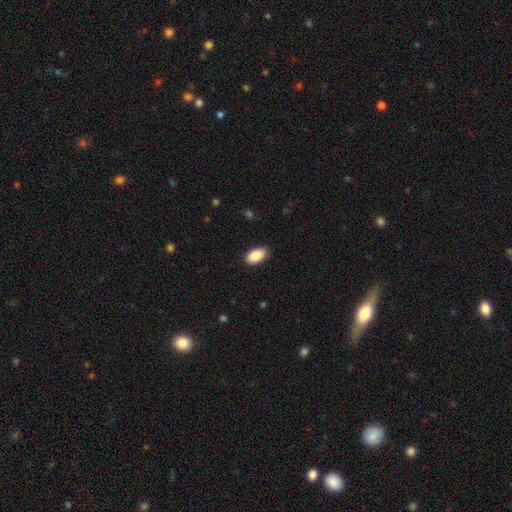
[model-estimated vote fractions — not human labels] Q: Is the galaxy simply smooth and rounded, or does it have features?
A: smooth — 87%.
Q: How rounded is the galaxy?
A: in between — 94%.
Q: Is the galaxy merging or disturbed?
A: none — 88%.